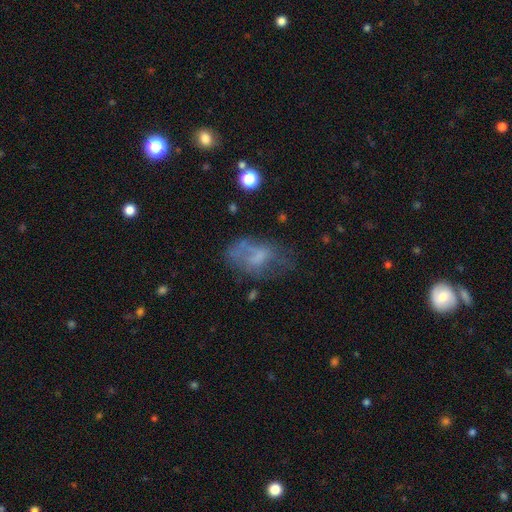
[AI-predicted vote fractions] A smooth galaxy with no disk features (44%).

Vote fractions:
- Smooth or featured? smooth: 44% / featured or disk: 43% / star or artifact: 13%
- Merging? none: 42% / major disturbance: 27% / minor disturbance: 24% / merger: 7%